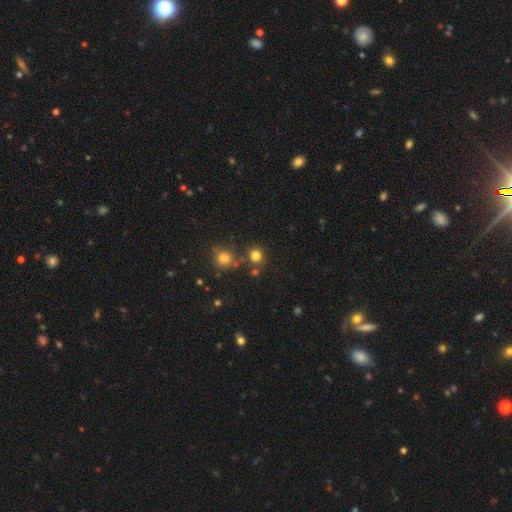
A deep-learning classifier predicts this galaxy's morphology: The model was most divided on "merging": none: 73%, merger: 15%, minor disturbance: 9%, major disturbance: 4%. More confident: how rounded — round (88%); smooth or featured — smooth (78%).